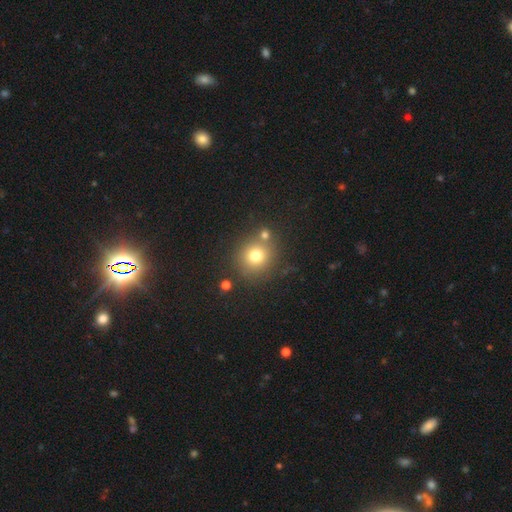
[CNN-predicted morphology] A smooth galaxy with no disk features (75%) that is round (88%). Merging: none (73%).